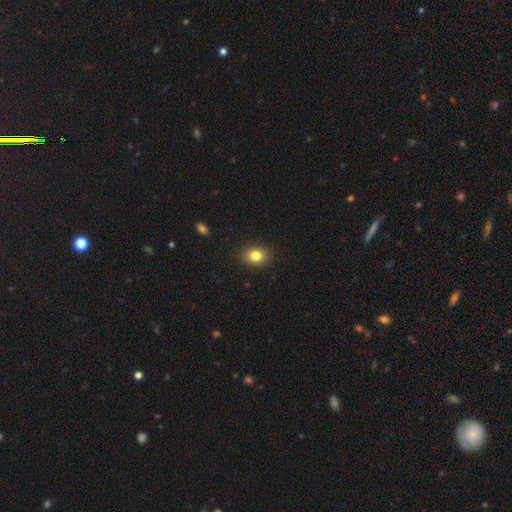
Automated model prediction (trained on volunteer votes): A smooth galaxy with no disk features (82%) that is round (51%).

Vote fractions:
- Smooth or featured? smooth: 82% / star or artifact: 11% / featured or disk: 7%
- How rounded? round: 51% / in between: 48% / cigar-shaped: 1%
- Merging? none: 88% / minor disturbance: 9% / major disturbance: 2% / merger: 1%